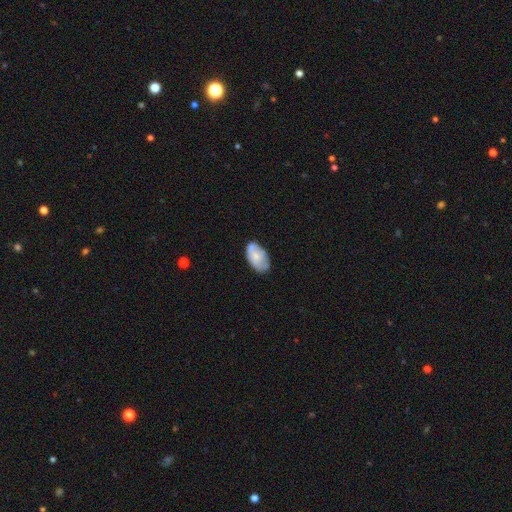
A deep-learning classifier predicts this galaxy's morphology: A smooth galaxy with no disk features (67%) that is in between round and cigar-shaped (94%).

Vote fractions:
- Smooth or featured? smooth: 67% / featured or disk: 27% / star or artifact: 7%
- How rounded? in between: 94% / round: 5% / cigar-shaped: 2%
- Merging? none: 61% / minor disturbance: 28% / major disturbance: 6% / merger: 4%